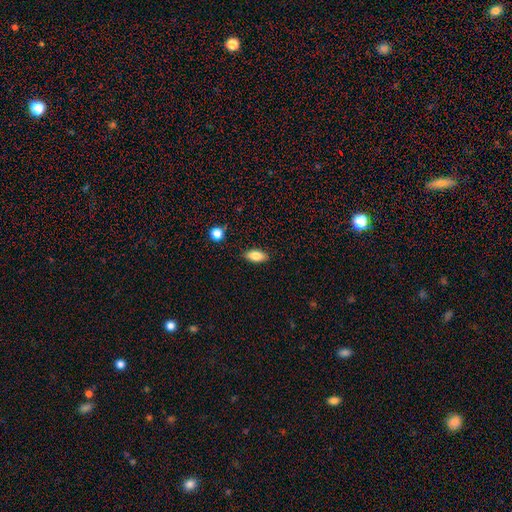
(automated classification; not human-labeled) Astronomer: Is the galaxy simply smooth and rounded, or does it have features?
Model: smooth — 82%.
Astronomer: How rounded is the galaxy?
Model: in between — 88%.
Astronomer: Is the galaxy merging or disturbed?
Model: none — 88%.